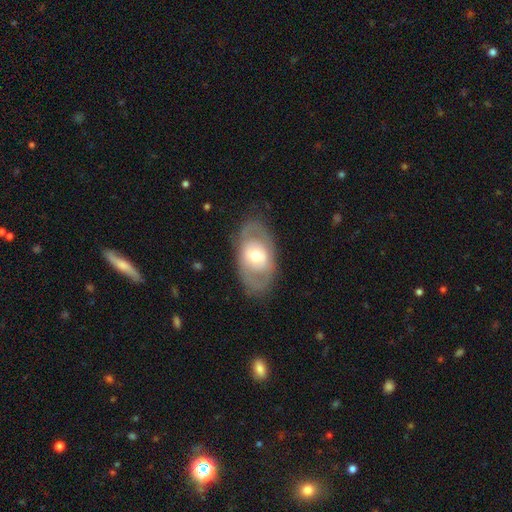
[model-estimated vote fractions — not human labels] This appears to be a featured or disk galaxy (56%) with no bar (67%), no spiral arms (70%) and a moderate central bulge (64%). Merging: none (78%).